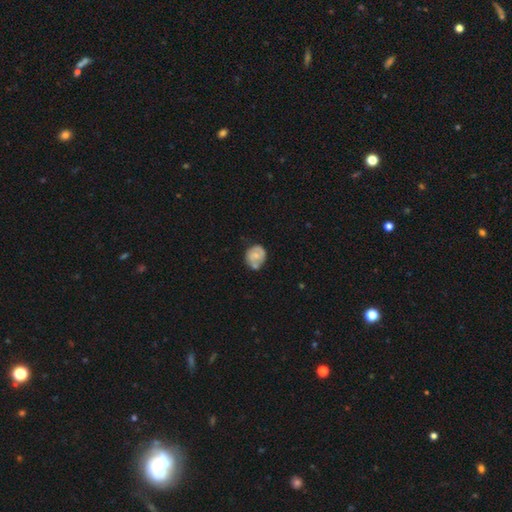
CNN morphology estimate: Smooth or featured? smooth (52%)
How rounded? round (68%)
Merging? none (53%)